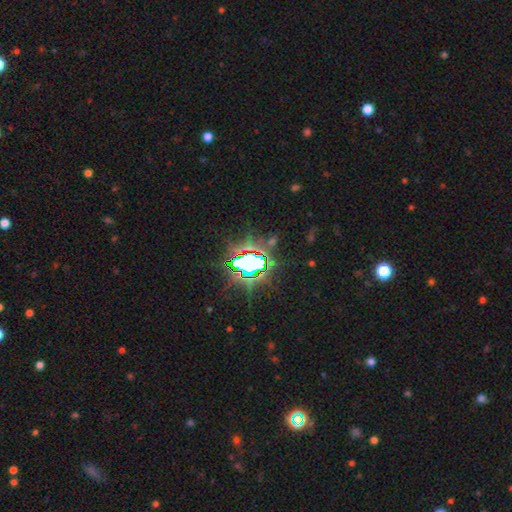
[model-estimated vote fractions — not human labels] Smooth or featured?
  - star or artifact: 82% *
  - smooth: 10%
  - featured or disk: 8%